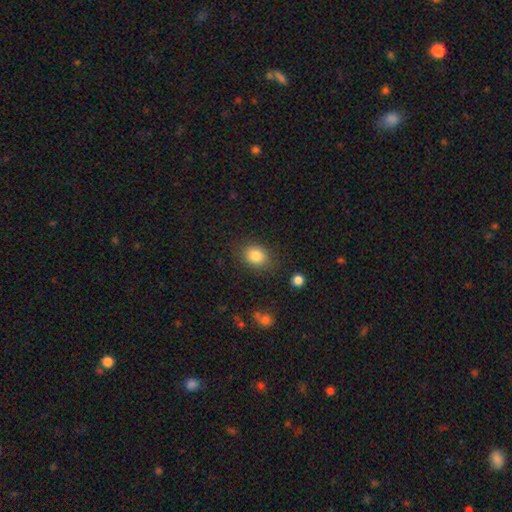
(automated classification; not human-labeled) The model was most divided on "how rounded": in between: 54%, round: 45%, cigar-shaped: 1%. More confident: smooth or featured — smooth (84%); merging — none (81%).